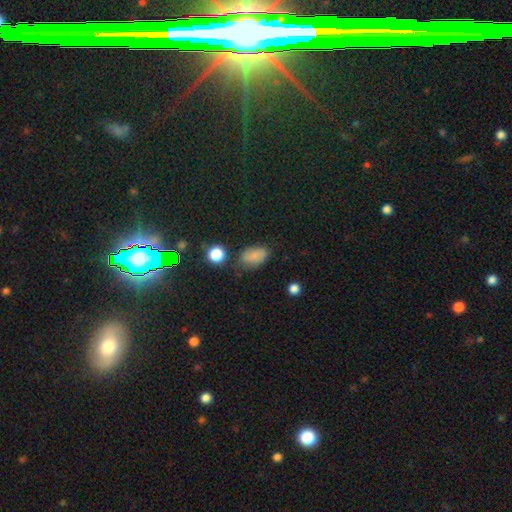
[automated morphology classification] smooth_or_featured: smooth (p=0.78) [alt: star or artifact p=0.12]
how_rounded: in between (p=0.86) [alt: round p=0.12]
merging: none (p=0.66) [alt: minor disturbance p=0.23]